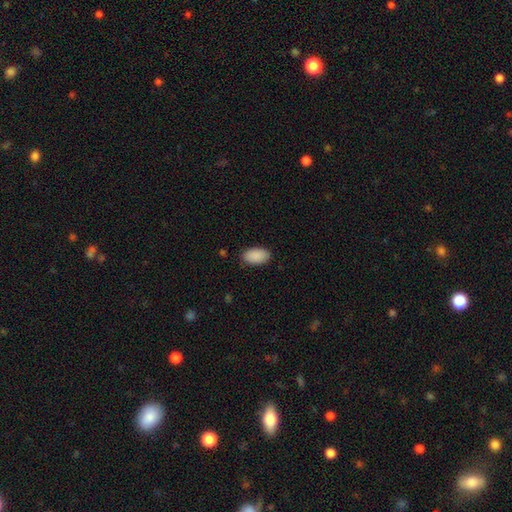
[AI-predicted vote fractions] Smooth or featured?
  - smooth: 91% *
  - star or artifact: 6%
  - featured or disk: 3%
How rounded?
  - in between: 95% *
  - round: 3%
  - cigar-shaped: 2%
Merging?
  - none: 86% *
  - minor disturbance: 11%
  - major disturbance: 2%
  - merger: 1%